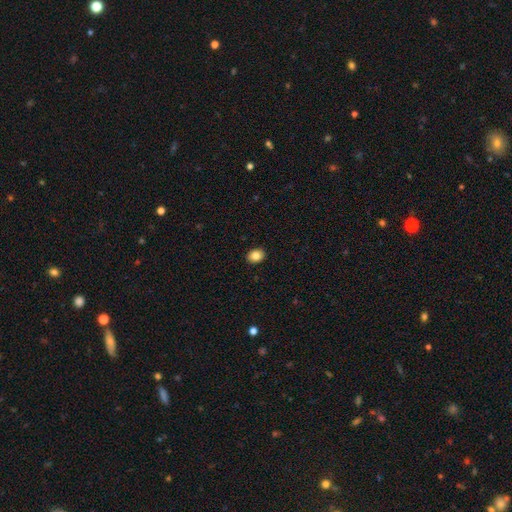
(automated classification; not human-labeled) A smooth galaxy with no disk features (86%) that is in between round and cigar-shaped (61%). Merging: none (91%).